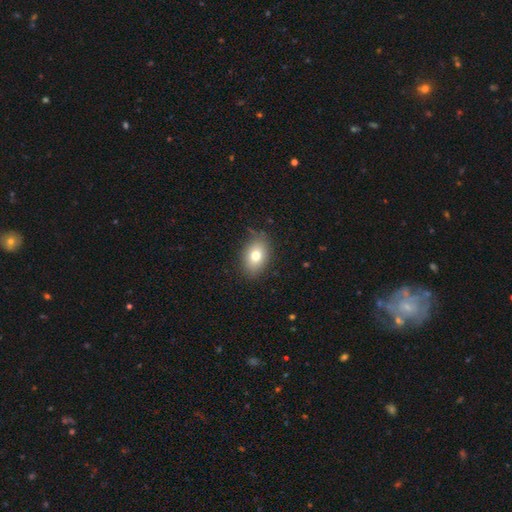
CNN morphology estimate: This appears to be a smooth galaxy with no disk features (77%) that is in between round and cigar-shaped (80%). Merging: none (83%).